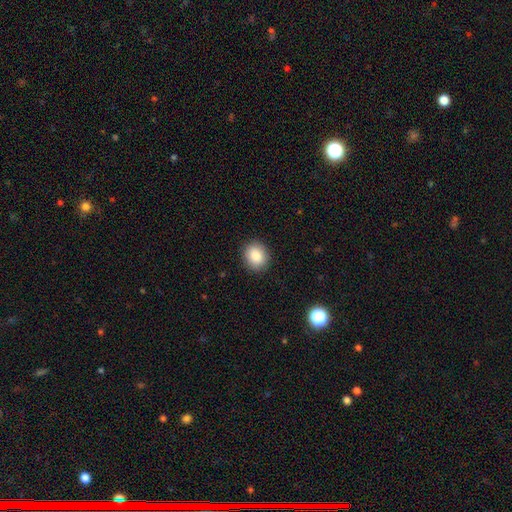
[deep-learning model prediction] Morphology: type=smooth (87%); roundness=round (71%); merging=none (89%).